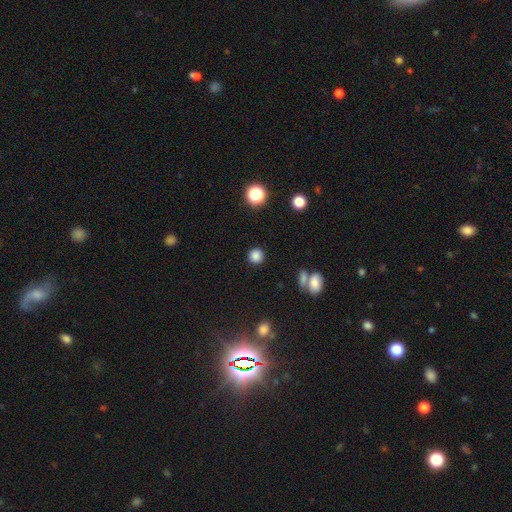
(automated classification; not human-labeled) The model was most divided on "smooth or featured": smooth: 83%, star or artifact: 12%, featured or disk: 5%. More confident: how rounded — round (92%); merging — none (89%).